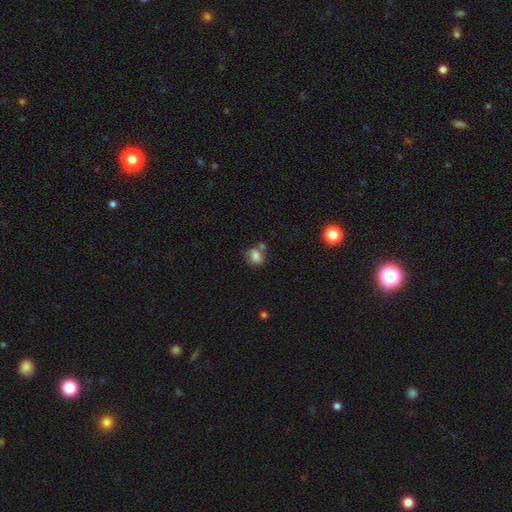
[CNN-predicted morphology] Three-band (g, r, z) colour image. It shows a smooth galaxy with no disk features (73%) that is round (54%). Merging: none (53%).